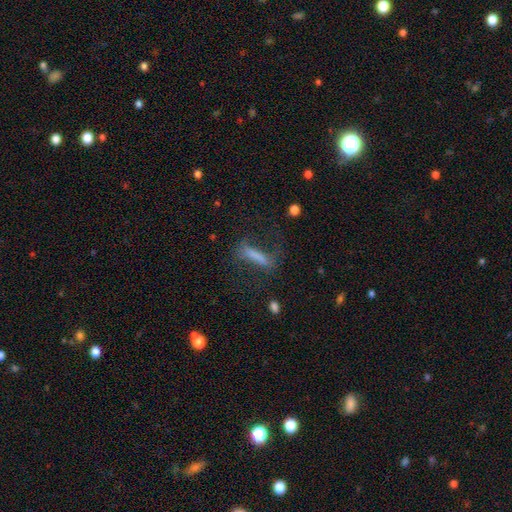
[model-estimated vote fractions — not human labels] Smooth or featured? smooth (49%)
Merging? none (59%)